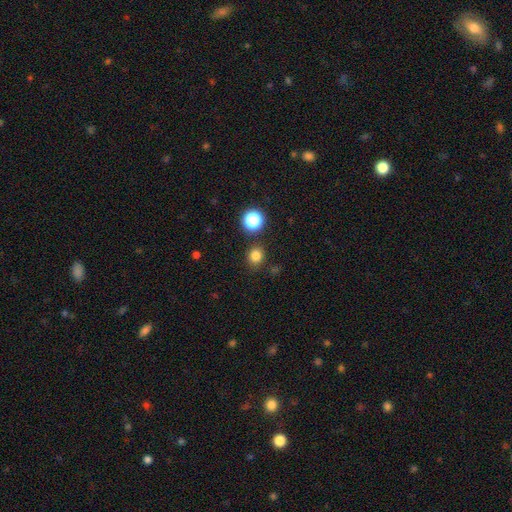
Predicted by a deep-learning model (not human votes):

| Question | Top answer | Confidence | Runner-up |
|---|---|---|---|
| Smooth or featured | smooth | 80% | star or artifact (15%) |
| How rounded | round | 80% | in between (19%) |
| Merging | none | 83% | minor disturbance (9%) |